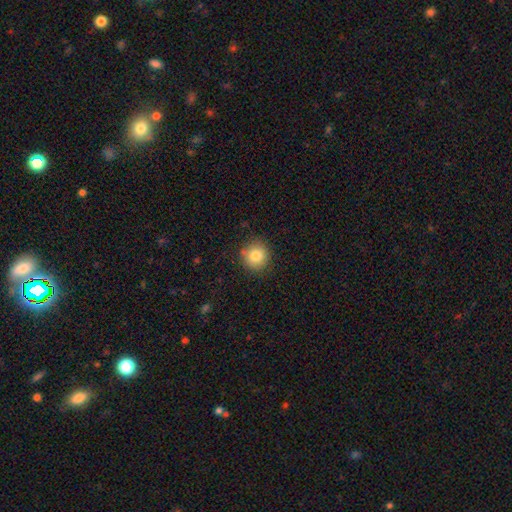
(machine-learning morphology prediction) smooth_or_featured: smooth (p=0.83) [alt: star or artifact p=0.10]
how_rounded: round (p=0.92) [alt: in between p=0.07]
merging: none (p=0.87) [alt: minor disturbance p=0.09]